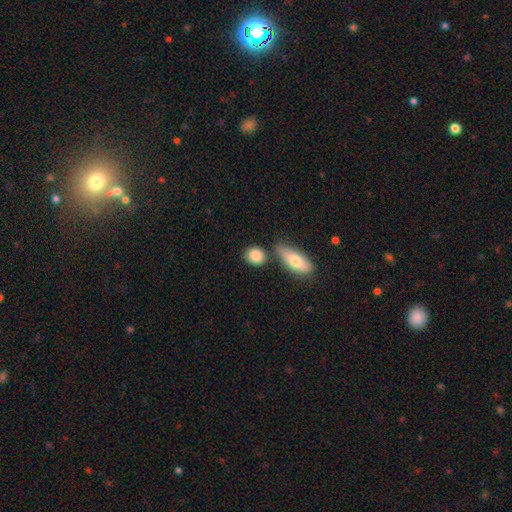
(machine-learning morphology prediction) Smooth or featured?
  - smooth: 86% *
  - star or artifact: 7%
  - featured or disk: 7%
How rounded?
  - round: 65% *
  - in between: 31%
  - cigar-shaped: 4%
Merging?
  - none: 70% *
  - merger: 14%
  - minor disturbance: 13%
  - major disturbance: 4%